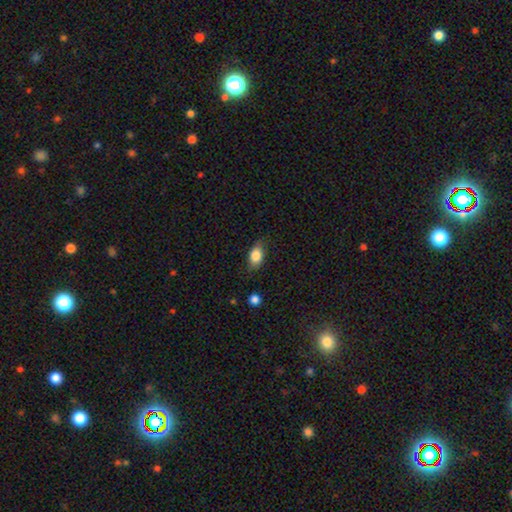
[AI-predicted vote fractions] Smooth or featured: smooth — 81% (featured or disk — 12%)
How rounded: in between — 83% (round — 12%)
Merging: none — 73% (minor disturbance — 21%)